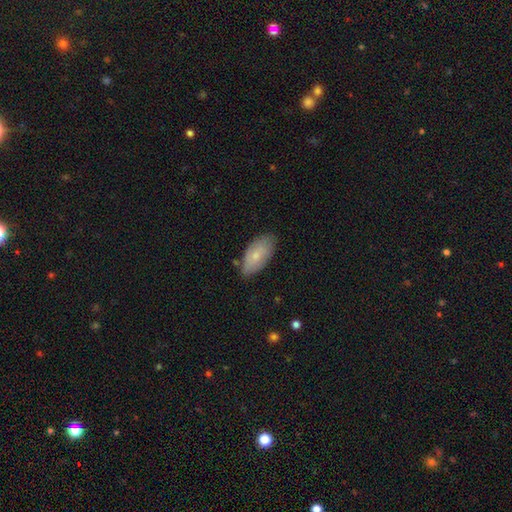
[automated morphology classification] Smooth or featured? Predicted: smooth (p=0.71). How rounded? Predicted: in between (p=0.93). Merging? Predicted: none (p=0.72).